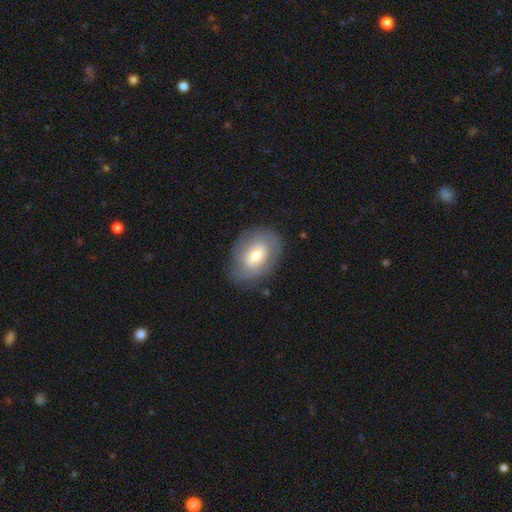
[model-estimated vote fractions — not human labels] smooth_or_featured: featured or disk (p=0.48) [alt: smooth p=0.44]
merging: none (p=0.77) [alt: minor disturbance p=0.16]